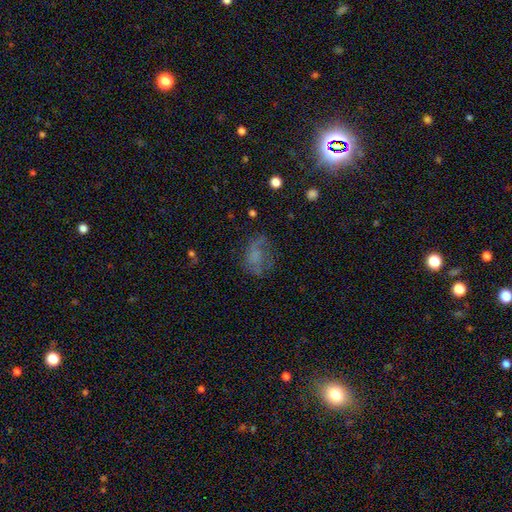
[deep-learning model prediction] Smooth or featured: featured or disk — 41% (smooth — 40%)
Merging: none — 47% (major disturbance — 28%)